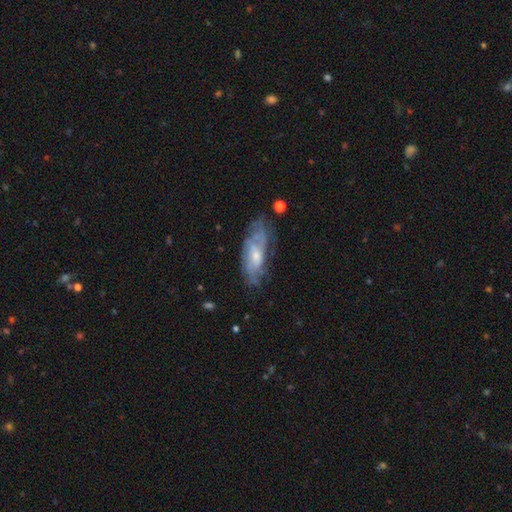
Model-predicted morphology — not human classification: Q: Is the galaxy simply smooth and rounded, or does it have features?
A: featured or disk — 71%.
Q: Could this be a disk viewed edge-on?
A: no — 85%.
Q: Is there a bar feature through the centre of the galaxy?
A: no — 60%.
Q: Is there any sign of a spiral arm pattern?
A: yes — 85%.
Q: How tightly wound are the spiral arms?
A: tight — 51%.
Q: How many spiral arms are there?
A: can't tell — 54%.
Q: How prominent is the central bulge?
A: small — 50%.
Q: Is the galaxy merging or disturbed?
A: none — 67%.